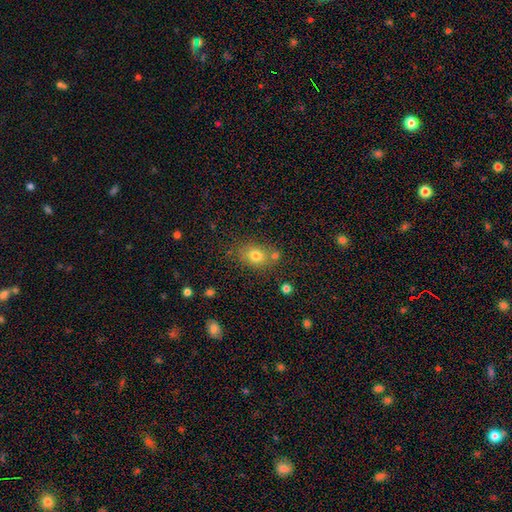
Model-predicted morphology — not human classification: Q: Smooth or featured?
A: smooth (76%); runner-up: star or artifact (12%)
Q: How rounded?
A: in between (55%); runner-up: round (44%)
Q: Merging?
A: none (66%); runner-up: merger (15%)